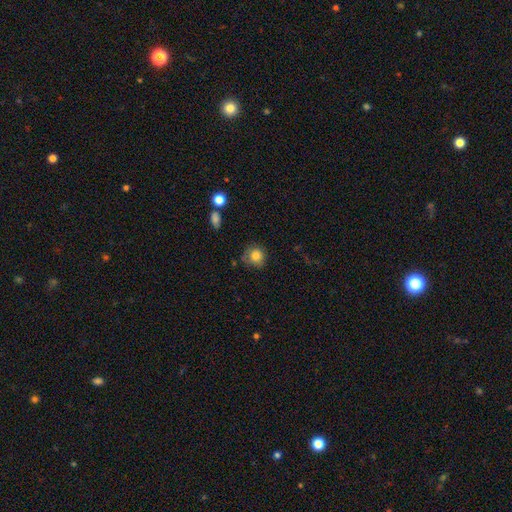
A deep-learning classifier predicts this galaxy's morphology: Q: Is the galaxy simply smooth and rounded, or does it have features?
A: smooth — 81%.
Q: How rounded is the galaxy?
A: round — 90%.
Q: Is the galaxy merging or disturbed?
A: none — 74%.